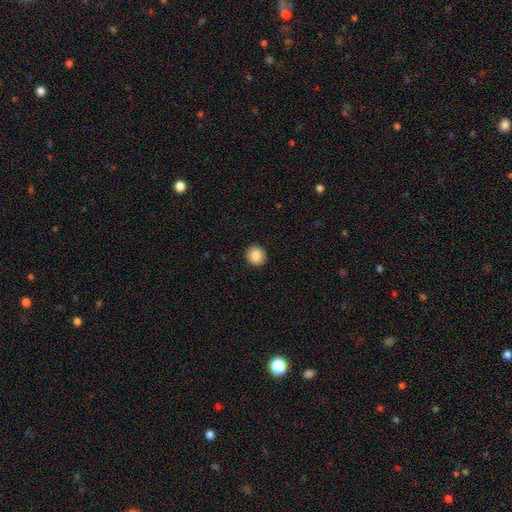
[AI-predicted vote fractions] Overall: smooth (86%). How rounded: round (89%). Merging: none (93%).